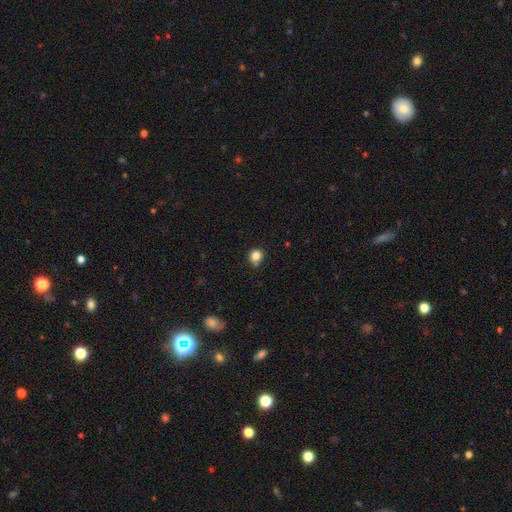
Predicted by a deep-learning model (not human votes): The model was most divided on "merging": none: 76%, minor disturbance: 16%, merger: 5%, major disturbance: 3%. More confident: how rounded — round (88%); smooth or featured — smooth (83%).